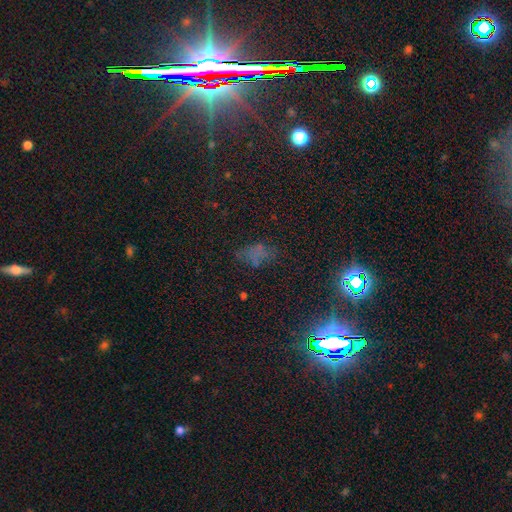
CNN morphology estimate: Overall: star or artifact (49%; smooth 37%).